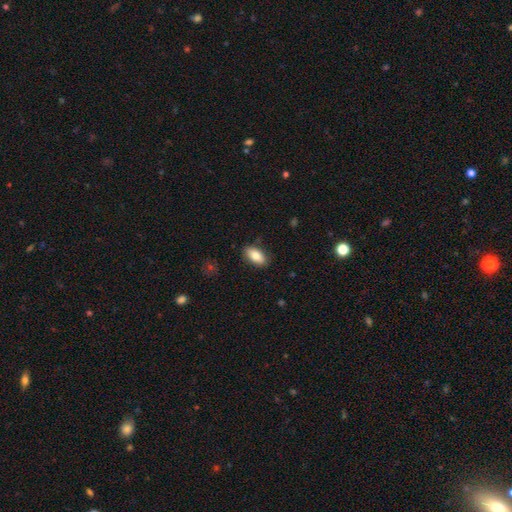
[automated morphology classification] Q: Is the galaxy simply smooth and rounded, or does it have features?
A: smooth — 82%.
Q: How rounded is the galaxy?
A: in between — 92%.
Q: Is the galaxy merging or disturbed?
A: none — 86%.